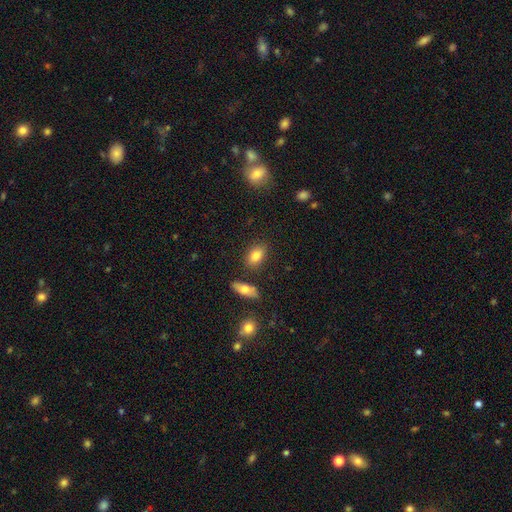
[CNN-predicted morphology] Smooth or featured? Predicted: smooth (p=0.82). How rounded? Predicted: in between (p=0.85). Merging? Predicted: none (p=0.81).